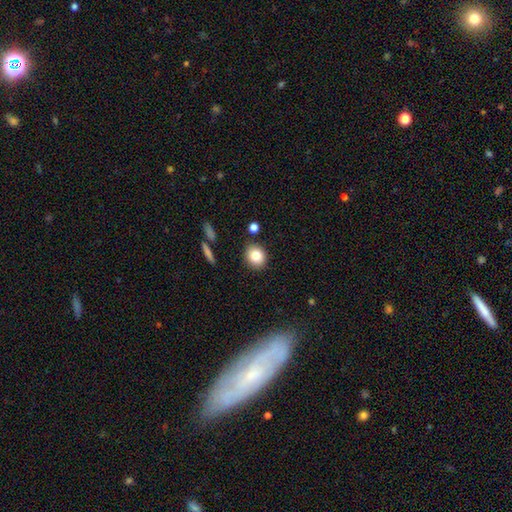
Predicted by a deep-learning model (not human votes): This appears to be a smooth galaxy with no disk features (82%) that is round (77%). Merging: none (87%).